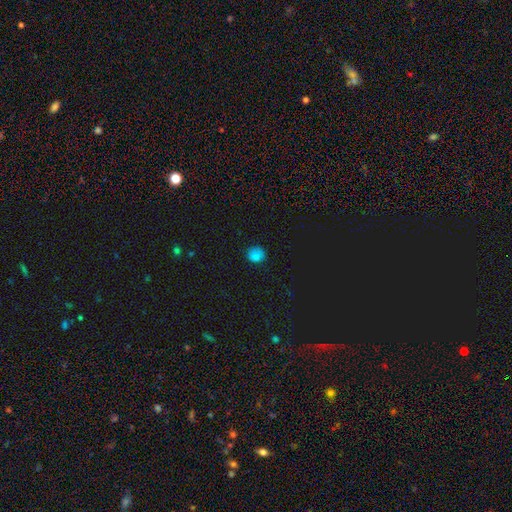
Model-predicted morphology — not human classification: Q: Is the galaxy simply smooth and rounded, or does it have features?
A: smooth — 79%.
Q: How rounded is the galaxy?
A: round — 82%.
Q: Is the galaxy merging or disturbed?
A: none — 80%.